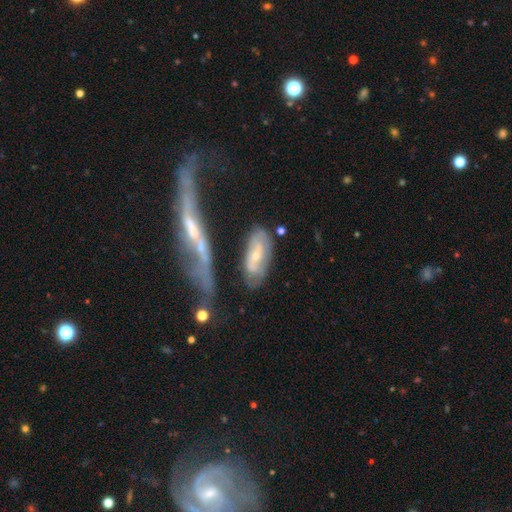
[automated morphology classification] smooth_or_featured: featured or disk (p=0.62) [alt: smooth p=0.31]
disk_edge_on: no (p=0.84) [alt: yes p=0.16]
bar: no (p=0.56) [alt: weak p=0.32]
has_spiral_arms: yes (p=0.68) [alt: no p=0.32]
bulge_size: small (p=0.61) [alt: moderate p=0.34]
merging: none (p=0.53) [alt: minor disturbance p=0.22]